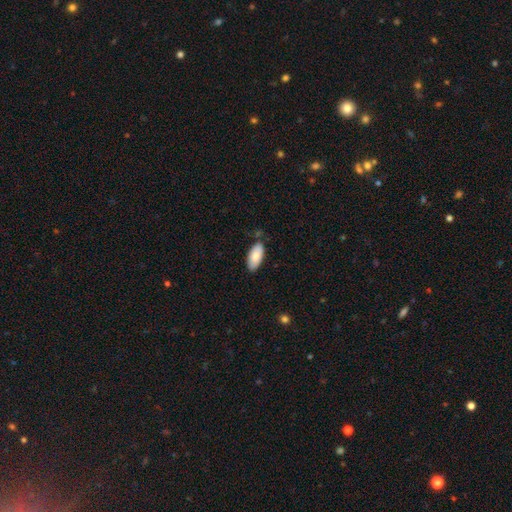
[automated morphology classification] The model was most divided on "merging": none: 78%, minor disturbance: 16%, merger: 4%, major disturbance: 3%. More confident: how rounded — in between (92%); smooth or featured — smooth (81%).